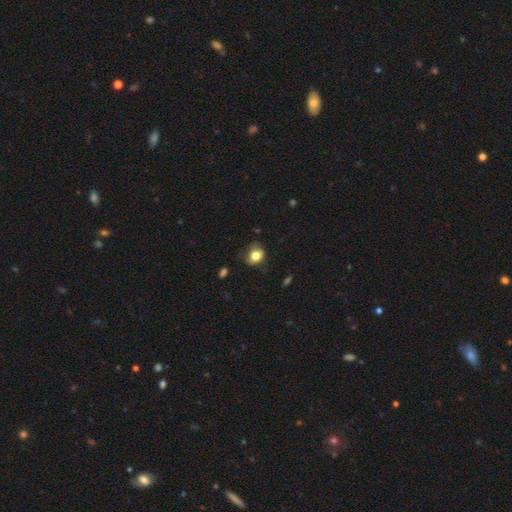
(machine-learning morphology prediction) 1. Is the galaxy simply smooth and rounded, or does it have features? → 80% smooth, 11% featured or disk, 9% star or artifact.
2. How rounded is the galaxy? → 51% round, 48% in between, 1% cigar-shaped.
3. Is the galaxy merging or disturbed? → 61% none, 29% minor disturbance, 8% major disturbance, 2% merger.